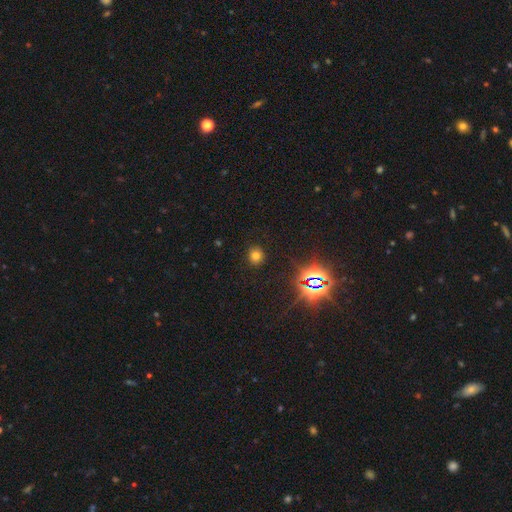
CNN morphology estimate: smooth_or_featured: smooth (p=0.68) [alt: star or artifact p=0.24]
how_rounded: round (p=0.82) [alt: in between p=0.17]
merging: none (p=0.89) [alt: minor disturbance p=0.07]